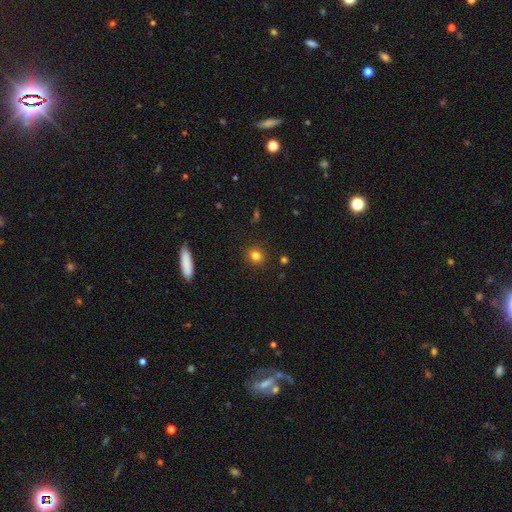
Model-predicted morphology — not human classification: Smooth or featured?
  - smooth: 81% *
  - star or artifact: 12%
  - featured or disk: 7%
How rounded?
  - round: 80% *
  - in between: 19%
  - cigar-shaped: 2%
Merging?
  - none: 90% *
  - minor disturbance: 7%
  - major disturbance: 2%
  - merger: 1%